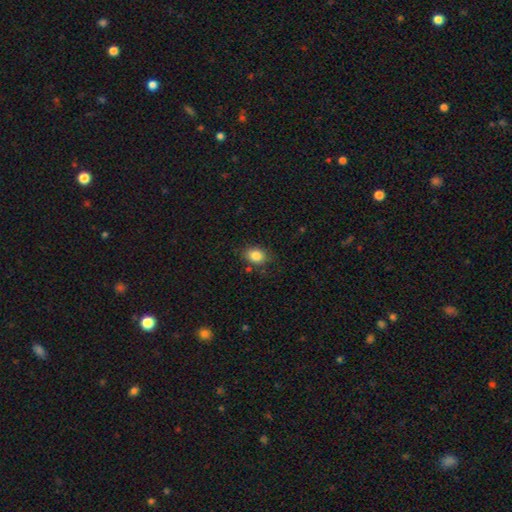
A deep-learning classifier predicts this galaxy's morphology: Smooth or featured: smooth — 85% (star or artifact — 9%)
How rounded: in between — 60% (round — 39%)
Merging: none — 77% (minor disturbance — 16%)